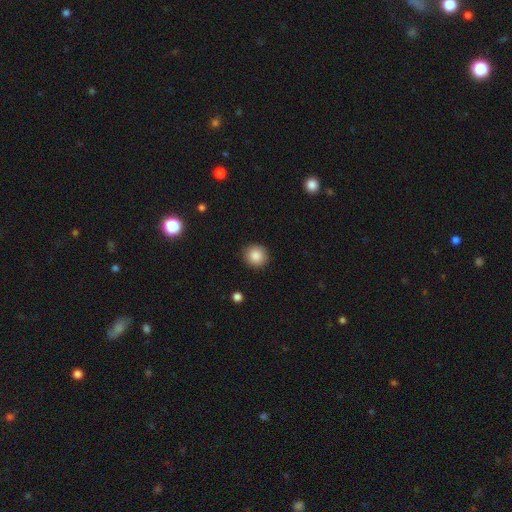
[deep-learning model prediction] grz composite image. It shows a smooth galaxy with no disk features (87%) that is round (91%). Merging: none (91%).